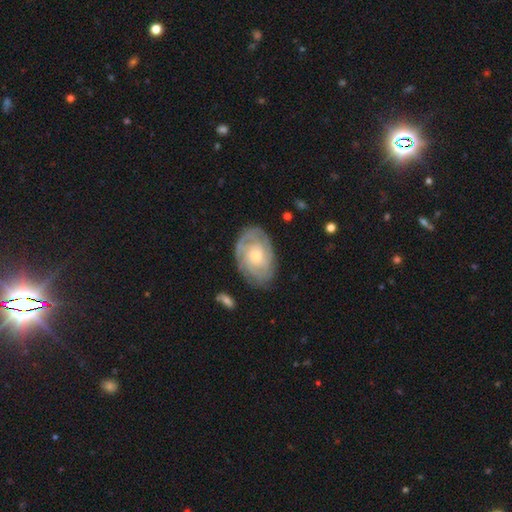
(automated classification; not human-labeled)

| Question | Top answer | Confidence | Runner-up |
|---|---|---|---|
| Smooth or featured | featured or disk | 80% | smooth (15%) |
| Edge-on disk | no | 96% | yes (4%) |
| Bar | no | 76% | weak (21%) |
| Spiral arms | yes | 93% | no (7%) |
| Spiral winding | tight | 74% | medium (21%) |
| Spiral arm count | can't tell | 37% | 2 (21%) |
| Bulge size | small | 54% | moderate (41%) |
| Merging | none | 78% | minor disturbance (16%) |